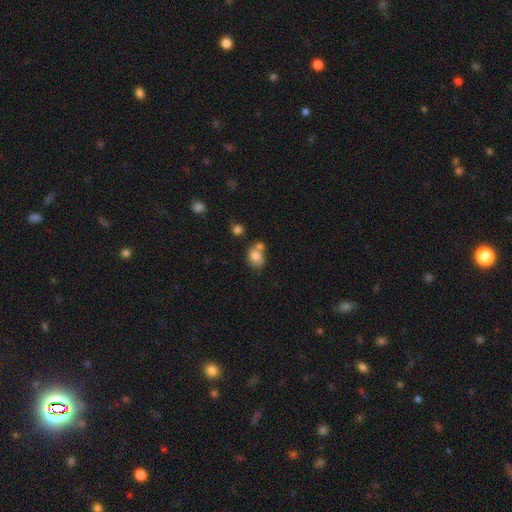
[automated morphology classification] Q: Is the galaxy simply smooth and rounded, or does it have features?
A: smooth — 76%.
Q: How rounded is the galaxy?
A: round — 50%.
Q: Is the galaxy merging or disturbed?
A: merger — 40%.